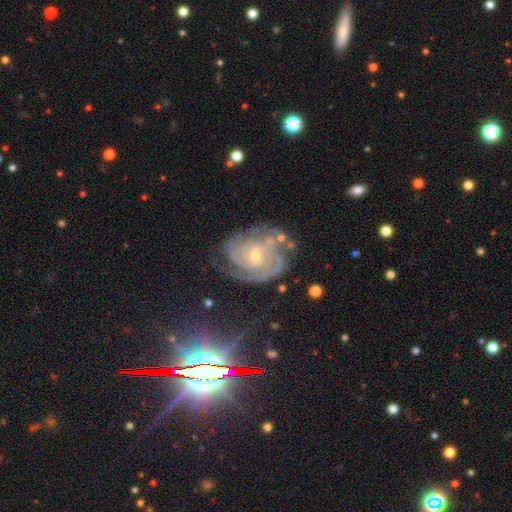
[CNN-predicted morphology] Smooth or featured: featured or disk — 86% (star or artifact — 7%)
Edge-on disk: no — 97% (yes — 3%)
Bar: no — 64% (weak — 28%)
Spiral arms: yes — 96% (no — 4%)
Spiral winding: tight — 73% (medium — 22%)
Spiral arm count: can't tell — 29% (3 — 25%)
Bulge size: small — 68% (moderate — 29%)
Merging: none — 61% (minor disturbance — 22%)